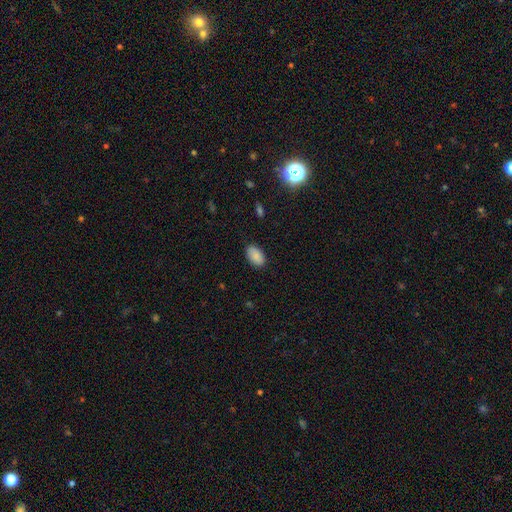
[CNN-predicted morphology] smooth 85%, star or artifact 8%, featured or disk 7%. Down the decision tree: how rounded — in between (92%); merging — none (84%).